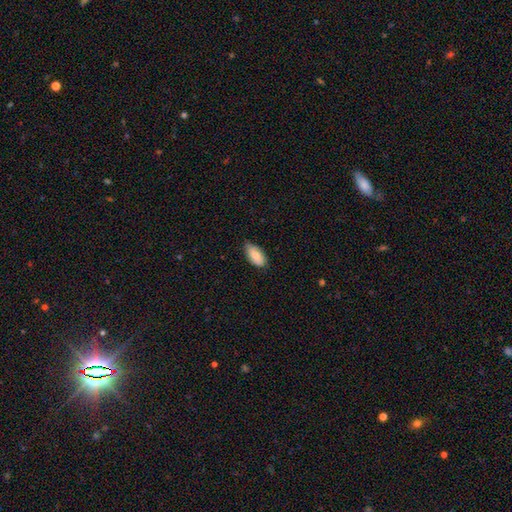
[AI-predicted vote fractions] Smooth or featured: smooth — 85% (featured or disk — 9%)
How rounded: in between — 93% (cigar-shaped — 5%)
Merging: none — 69% (minor disturbance — 27%)